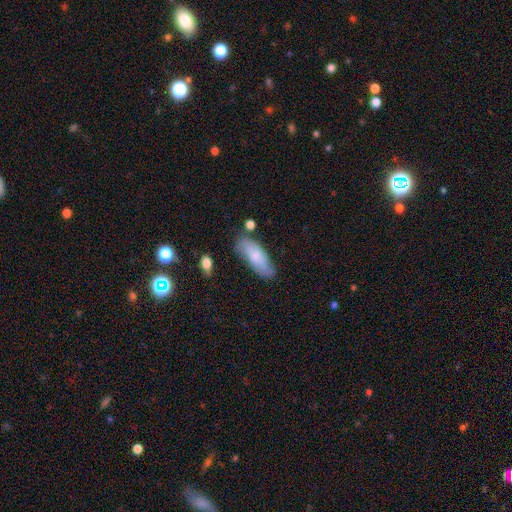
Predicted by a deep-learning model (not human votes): The model was most divided on "merging": none: 68%, minor disturbance: 22%, major disturbance: 5%, merger: 5%. More confident: how rounded — in between (73%); smooth or featured — smooth (72%).